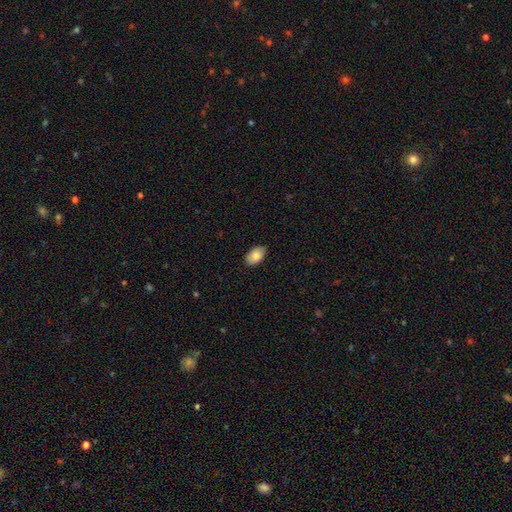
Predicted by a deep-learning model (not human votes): This appears to be a smooth galaxy with no disk features (82%) that is in between round and cigar-shaped (93%). Merging: none (85%).